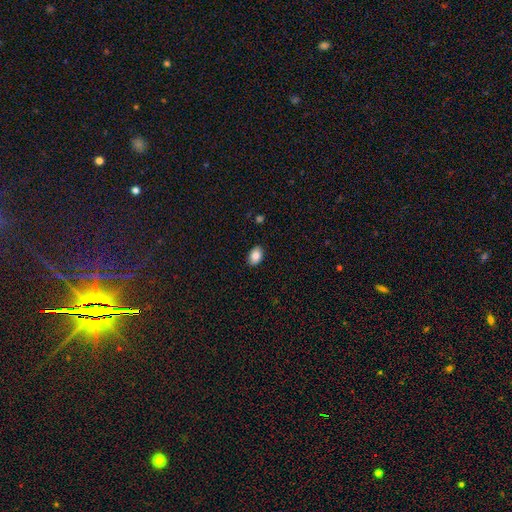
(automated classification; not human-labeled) A smooth galaxy with no disk features (85%) that is in between round and cigar-shaped (86%). Merging: none (89%).